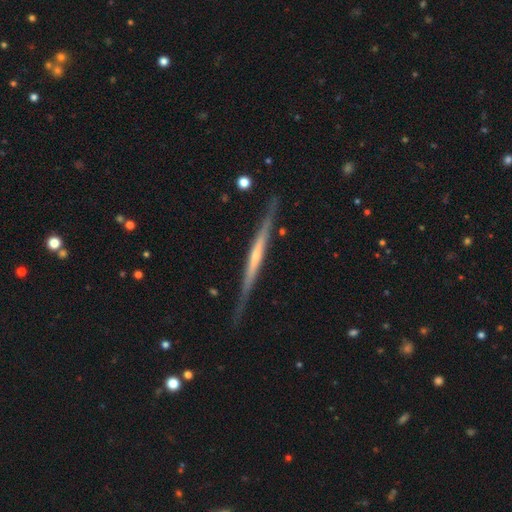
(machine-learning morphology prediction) smooth_or_featured: featured or disk (p=0.75) [alt: smooth p=0.20]
disk_edge_on: yes (p=0.97) [alt: no p=0.03]
edge_on_bulge: none (p=0.59) [alt: rounded p=0.32]
merging: none (p=0.81) [alt: minor disturbance p=0.14]